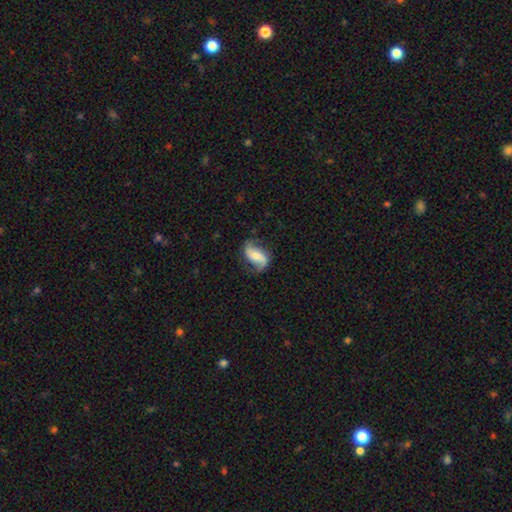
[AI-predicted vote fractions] This is likely a featured or disk galaxy (69%). It is clearly not viewed edge-on (96%). Bar: marginally no (42%). Spiral arm pattern: clearly yes (92%). Spiral arm count: likely 2 (79%). Spiral winding: likely loose (63%). Central bulge: possibly moderate (49%). Merging: likely none (64%).